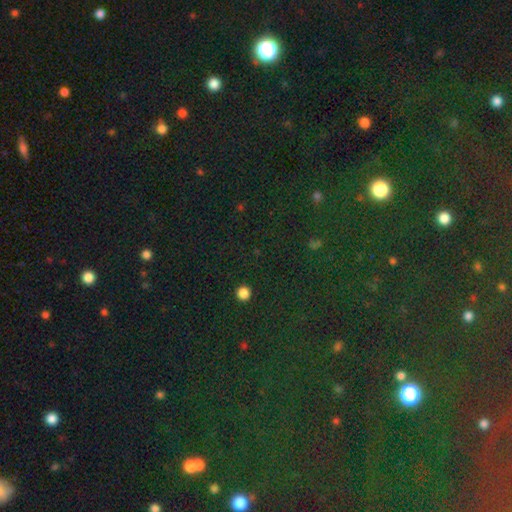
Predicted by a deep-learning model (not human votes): The model was most divided on "smooth or featured": star or artifact: 75%, smooth: 18%, featured or disk: 8%.